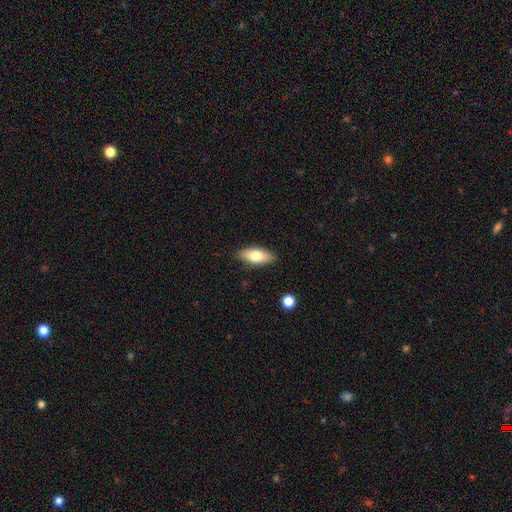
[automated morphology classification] smooth-or-featured: smooth: 74% | featured or disk: 20% | star or artifact: 6%
  how-rounded: in between: 78% | cigar-shaped: 19% | round: 3%
  merging: none: 87% | minor disturbance: 9% | major disturbance: 2% | merger: 1%